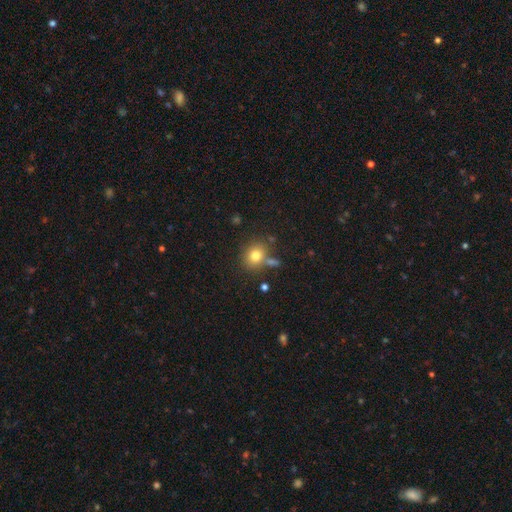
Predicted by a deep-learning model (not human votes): Smooth or featured? Predicted: smooth (p=0.78). How rounded? Predicted: round (p=0.67). Merging? Predicted: none (p=0.70).